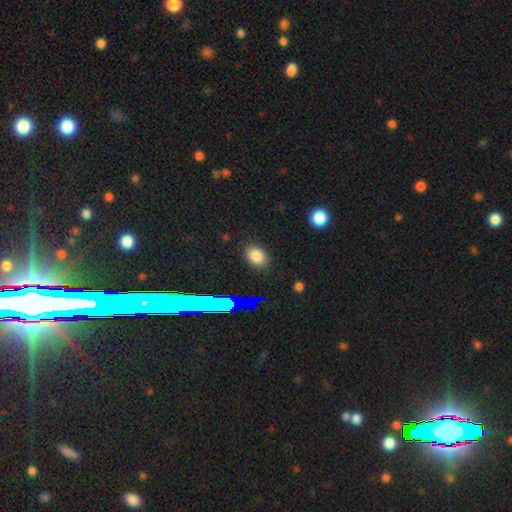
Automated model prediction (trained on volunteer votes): Smooth or featured: smooth — 81% (star or artifact — 13%)
How rounded: in between — 69% (round — 30%)
Merging: none — 86% (minor disturbance — 10%)